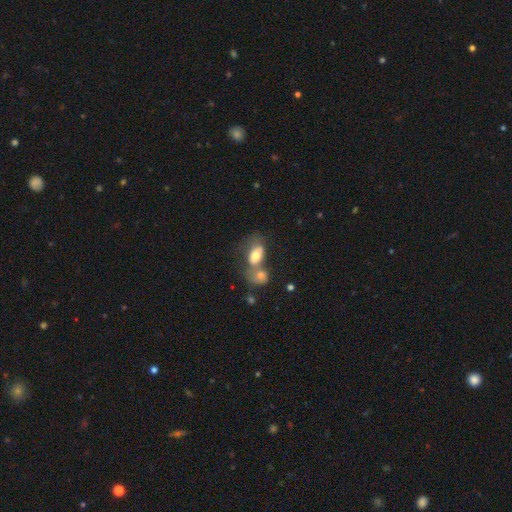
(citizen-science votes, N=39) This is likely a smooth galaxy (77%). How rounded: clearly in between (90%). Merging: clearly merger (81%).